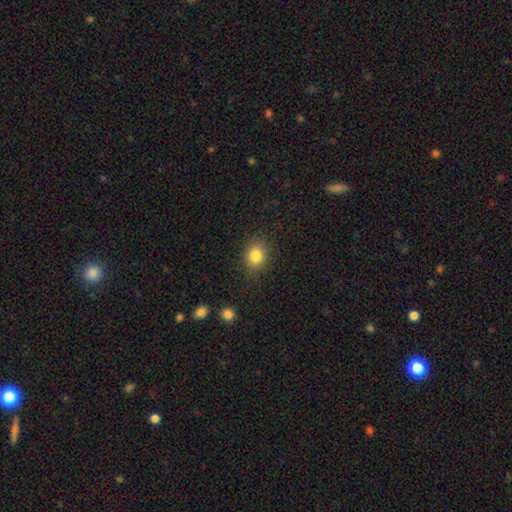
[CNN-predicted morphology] The model was most divided on "how rounded": round: 65%, in between: 34%, cigar-shaped: 1%. More confident: merging — none (87%); smooth or featured — smooth (83%).